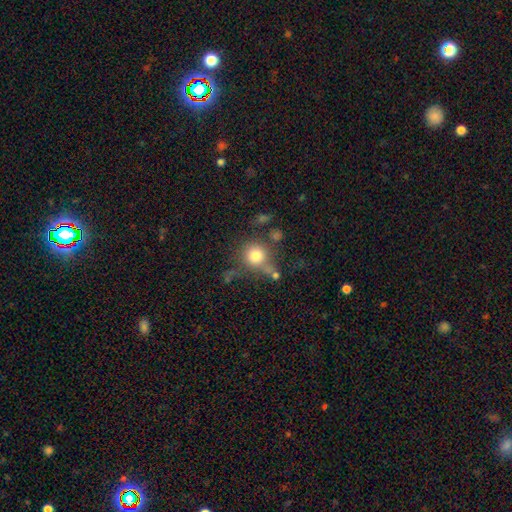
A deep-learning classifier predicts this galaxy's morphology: A smooth galaxy with no disk features (76%) that is round (90%). Merging: none (57%).